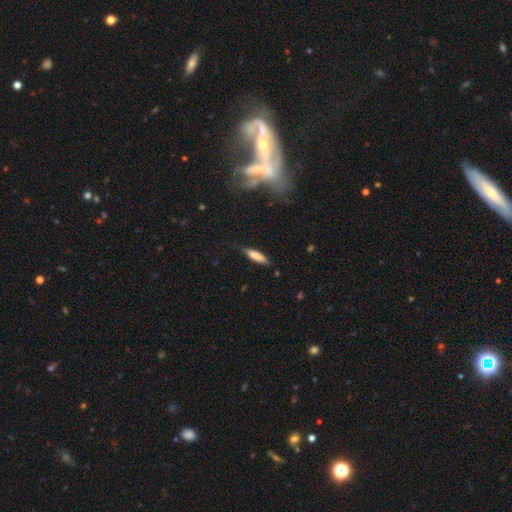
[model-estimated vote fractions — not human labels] Overall: smooth (79%). How rounded: cigar-shaped (69%; in between 30%). Merging: none (75%).